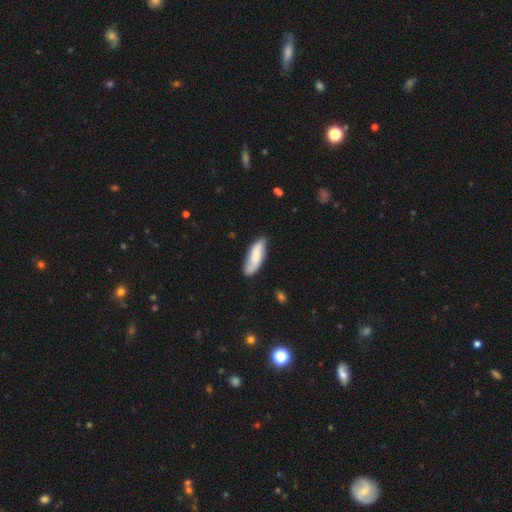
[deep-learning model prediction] A smooth galaxy with no disk features (58%) that is in between round and cigar-shaped (66%).

Vote fractions:
- Smooth or featured? smooth: 58% / featured or disk: 35% / star or artifact: 6%
- How rounded? in between: 66% / cigar-shaped: 32% / round: 2%
- Merging? none: 72% / minor disturbance: 21% / major disturbance: 4% / merger: 3%